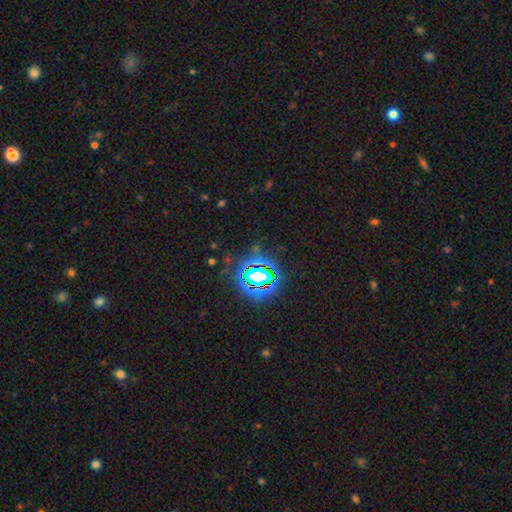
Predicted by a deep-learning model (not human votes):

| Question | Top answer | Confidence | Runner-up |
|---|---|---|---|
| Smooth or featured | star or artifact | 78% | smooth (14%) |